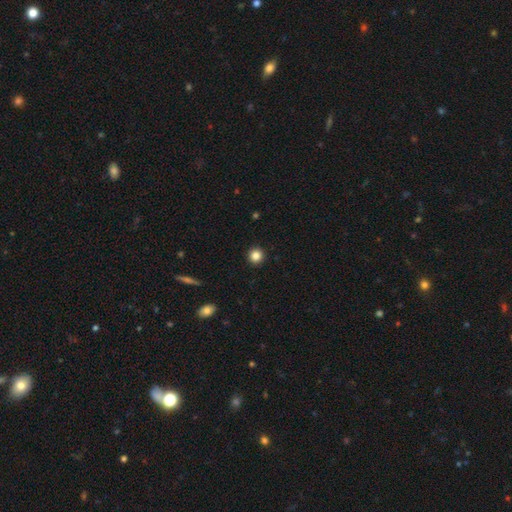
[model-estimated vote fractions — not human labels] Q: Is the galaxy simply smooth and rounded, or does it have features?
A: smooth — 84%.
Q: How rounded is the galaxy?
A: round — 94%.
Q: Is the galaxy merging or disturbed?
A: none — 93%.